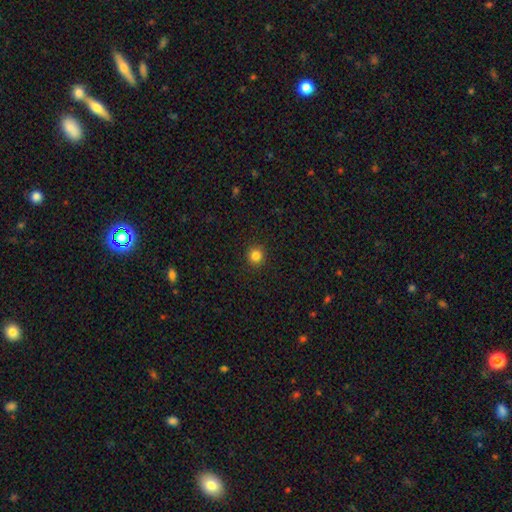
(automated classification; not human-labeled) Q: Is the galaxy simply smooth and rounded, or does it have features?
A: smooth — 84%.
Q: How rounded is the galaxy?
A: round — 93%.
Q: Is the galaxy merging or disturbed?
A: none — 93%.